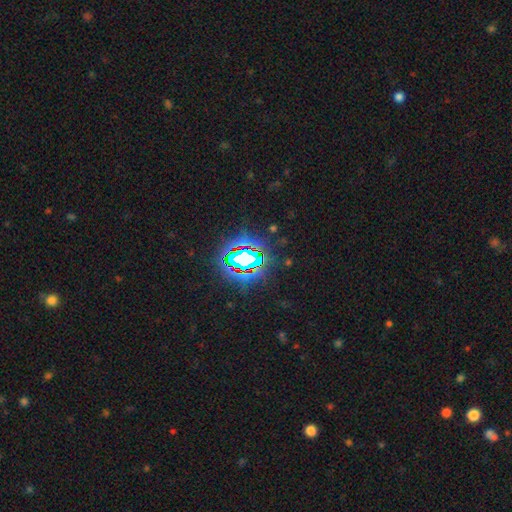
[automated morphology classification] Overall: star or artifact (75%).